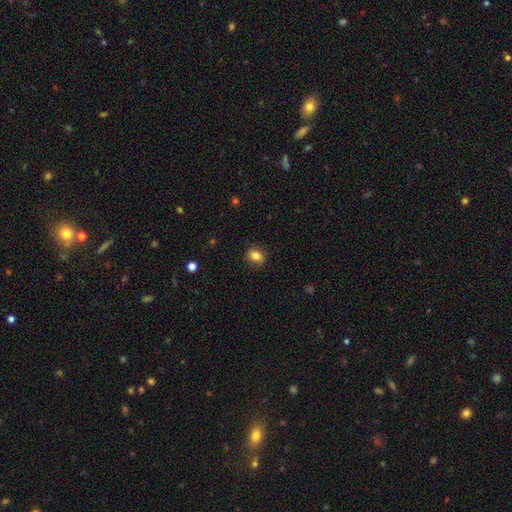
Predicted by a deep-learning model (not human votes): smooth_or_featured: smooth (p=0.83) [alt: star or artifact p=0.10]
how_rounded: in between (p=0.59) [alt: round p=0.39]
merging: none (p=0.85) [alt: minor disturbance p=0.11]